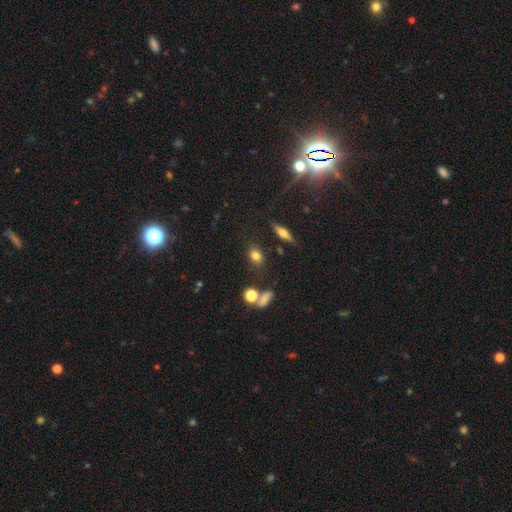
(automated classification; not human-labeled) Smooth or featured: smooth — 76% (star or artifact — 13%)
How rounded: in between — 55% (round — 41%)
Merging: none — 75% (minor disturbance — 13%)